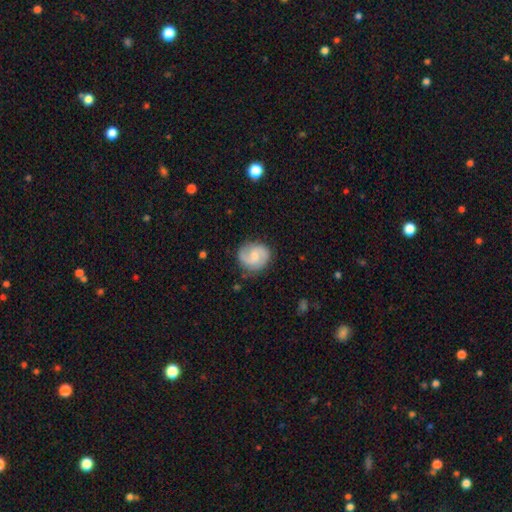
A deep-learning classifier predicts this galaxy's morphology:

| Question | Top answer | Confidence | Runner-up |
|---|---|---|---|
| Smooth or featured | featured or disk | 81% | smooth (14%) |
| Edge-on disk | no | 98% | yes (2%) |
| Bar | weak | 47% | no (46%) |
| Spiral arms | yes | 97% | no (3%) |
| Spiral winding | medium | 53% | tight (29%) |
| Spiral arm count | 2 | 90% | can't tell (4%) |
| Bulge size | small | 50% | moderate (37%) |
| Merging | none | 81% | minor disturbance (14%) |